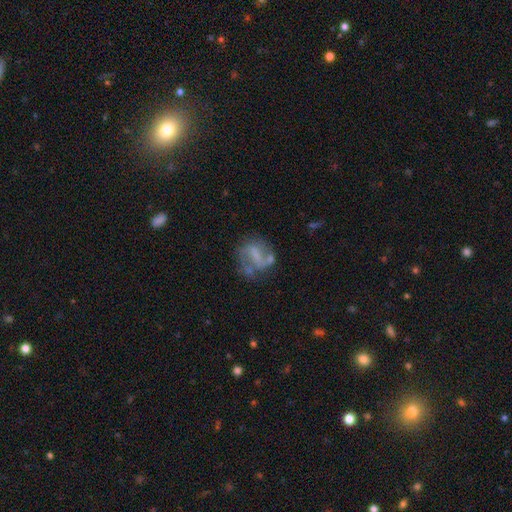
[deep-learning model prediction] Overall: featured or disk (63%; smooth 27%). Edge-on disk: no (97%). Bar: weak (39%; no 31%). Spiral arms: yes (68%; no 32%). Bulge size: none (54%; small 23%). Merging: none (50%; minor disturbance 22%).